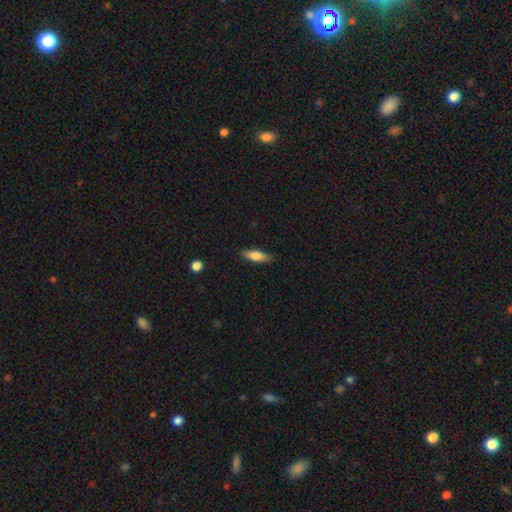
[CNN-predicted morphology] A smooth galaxy with no disk features (69%) that is in between round and cigar-shaped (50%). Merging: none (86%).